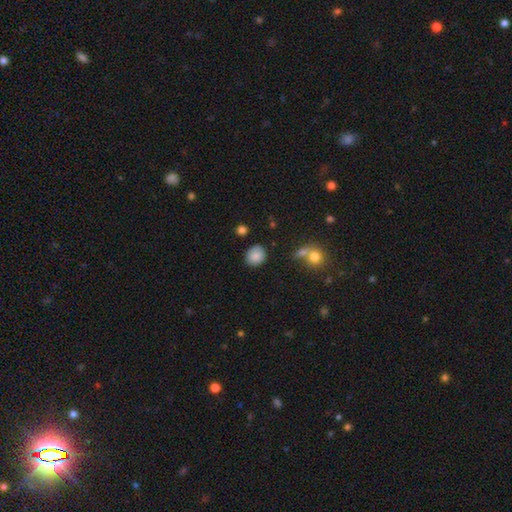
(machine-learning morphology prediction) The model was most divided on "how rounded": round: 74%, in between: 25%, cigar-shaped: 1%. More confident: smooth or featured — smooth (85%); merging — none (82%).